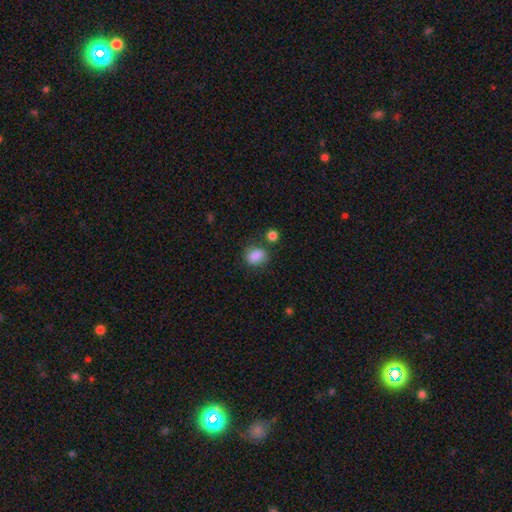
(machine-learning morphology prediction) Overall: smooth (85%). How rounded: in between (58%; round 41%). Merging: none (66%).